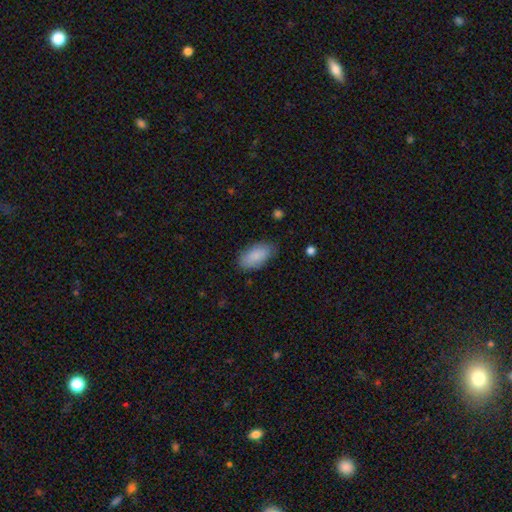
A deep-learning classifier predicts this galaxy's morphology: Smooth or featured?
  - smooth: 87% *
  - featured or disk: 7%
  - star or artifact: 6%
How rounded?
  - in between: 92% *
  - cigar-shaped: 5%
  - round: 3%
Merging?
  - none: 80% *
  - minor disturbance: 15%
  - major disturbance: 3%
  - merger: 1%